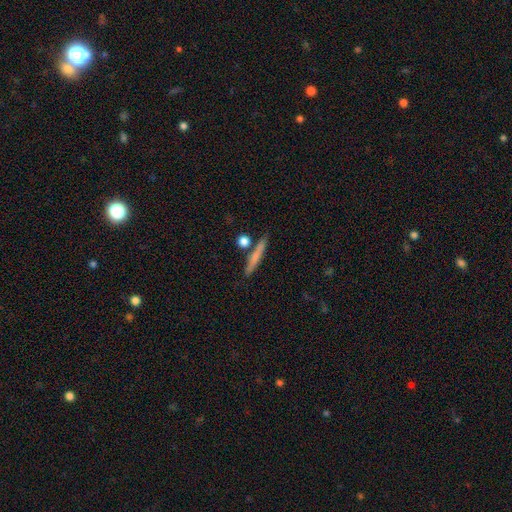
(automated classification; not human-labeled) Morphology: type=smooth (67%); roundness=cigar-shaped (88%); merging=none (78%).